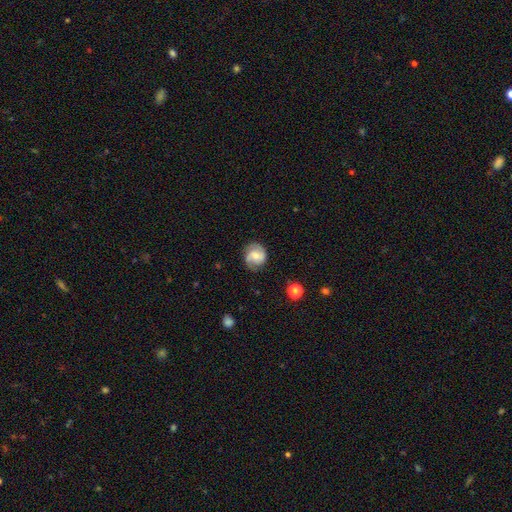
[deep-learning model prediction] A featured or disk galaxy (66%) with no bar (50%), 2 (78%) medium (44%) spiral arms (93%) and a moderate central bulge (45%, tied with small).

Vote fractions:
- Smooth or featured? featured or disk: 66% / smooth: 26% / star or artifact: 7%
- Edge-on disk? no: 98% / yes: 2%
- Bar? no: 50% / weak: 41% / strong: 9%
- Spiral arms? yes: 93% / no: 7%
- Spiral winding? medium: 44% / tight: 37% / loose: 18%
- Spiral arm count? 2: 78% / can't tell: 9% / 1: 6% / 3: 5% / 4: 1% / more than 4: 1%
- Bulge size? moderate: 45% (tied) / small: 45% (tied) / none: 5% / large: 4% / dominant: 1%
- Merging? none: 75% / minor disturbance: 18% / major disturbance: 6% / merger: 1%